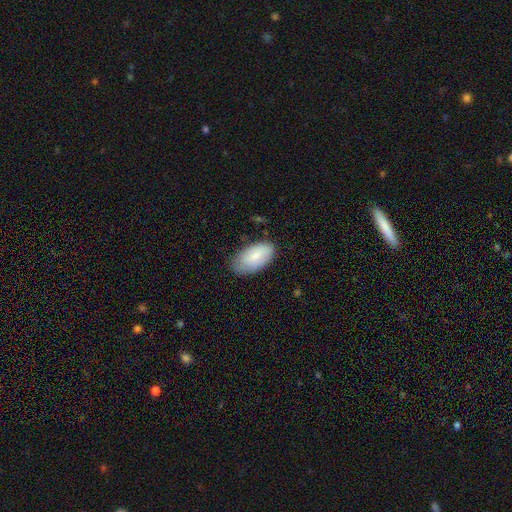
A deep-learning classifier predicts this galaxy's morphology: This is clearly a smooth galaxy (82%). How rounded: clearly in between (95%). Merging: likely none (74%).